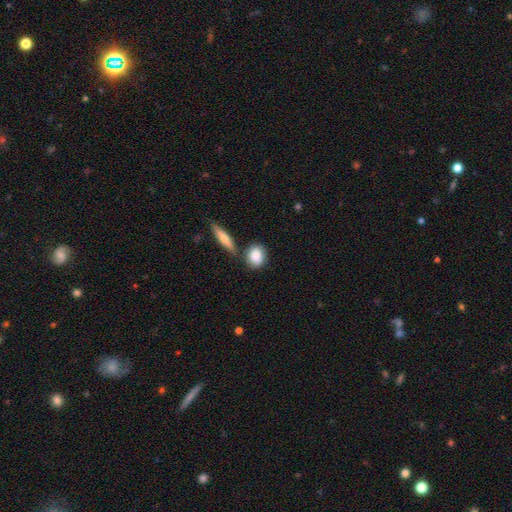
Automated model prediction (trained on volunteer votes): smooth 84%, featured or disk 10%, star or artifact 6%. Down the decision tree: how rounded — in between (53%); merging — none (67%).